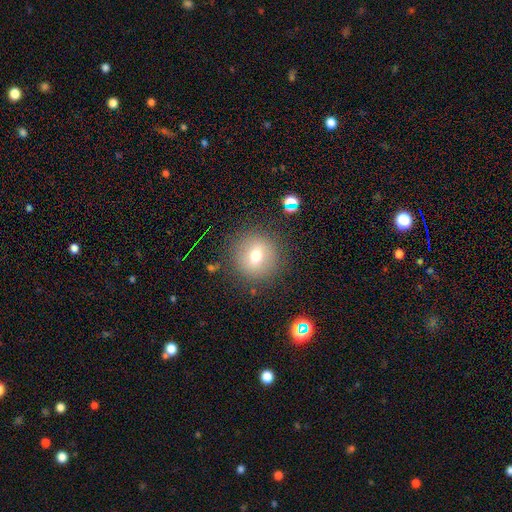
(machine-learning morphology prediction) smooth 66%, featured or disk 18%, star or artifact 15%. Down the decision tree: how rounded — round (94%); merging — none (87%).